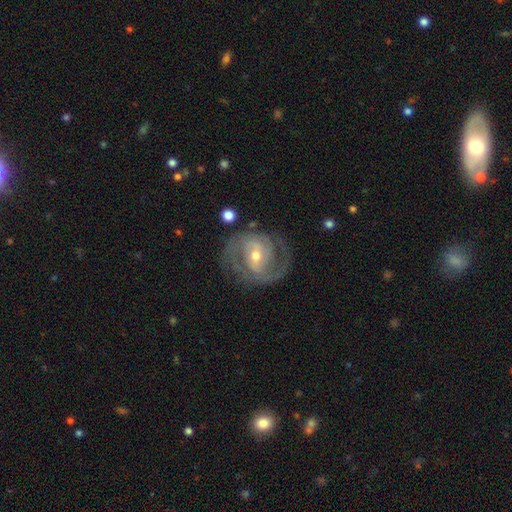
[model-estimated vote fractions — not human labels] A featured or disk galaxy (87%) with a weak bar (46%), 2 (76%) medium (46%) spiral arms (94%) and a moderate central bulge (54%). Merging: none (75%).